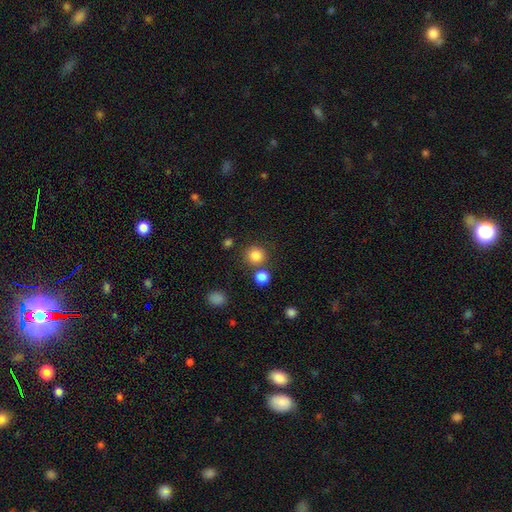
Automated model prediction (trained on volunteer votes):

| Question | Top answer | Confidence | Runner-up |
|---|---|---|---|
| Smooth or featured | smooth | 83% | star or artifact (13%) |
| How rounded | round | 92% | in between (7%) |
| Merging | none | 78% | merger (12%) |